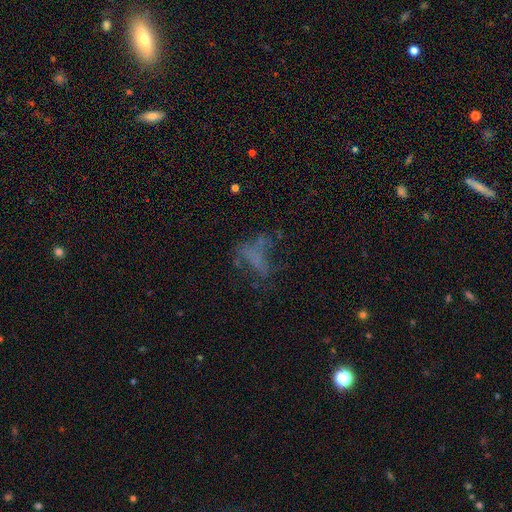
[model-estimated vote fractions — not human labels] A featured or disk galaxy (39%).

Vote fractions:
- Smooth or featured? featured or disk: 39% / smooth: 35% / star or artifact: 26%
- Merging? none: 39% / major disturbance: 38% / minor disturbance: 17% / merger: 7%